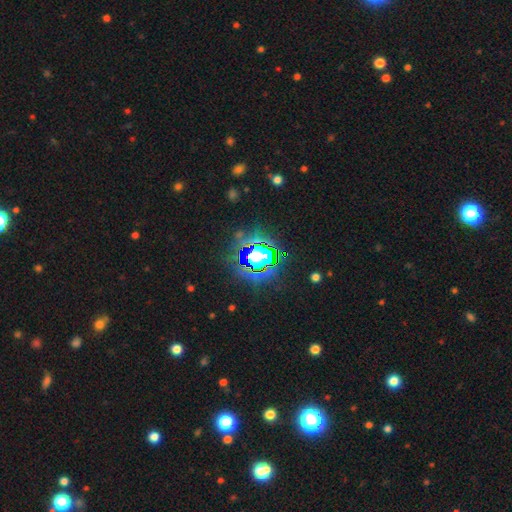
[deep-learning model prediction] star or artifact 66%, smooth 20%, featured or disk 14%.